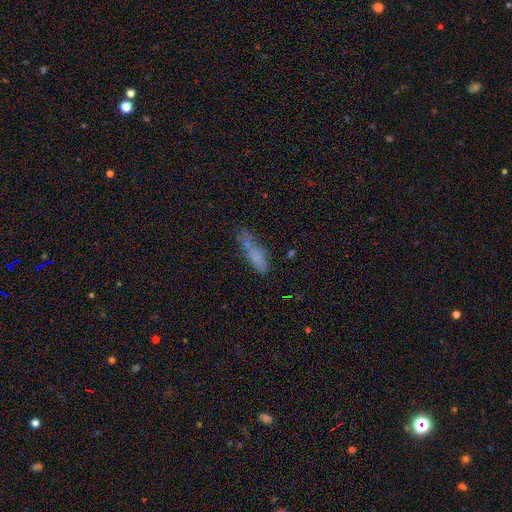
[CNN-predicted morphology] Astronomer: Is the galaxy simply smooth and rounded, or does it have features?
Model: smooth — 69%.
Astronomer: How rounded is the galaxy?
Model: cigar-shaped — 53% (runner-up: in between, 44%).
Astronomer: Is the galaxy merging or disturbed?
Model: none — 43% (runner-up: minor disturbance, 25%).